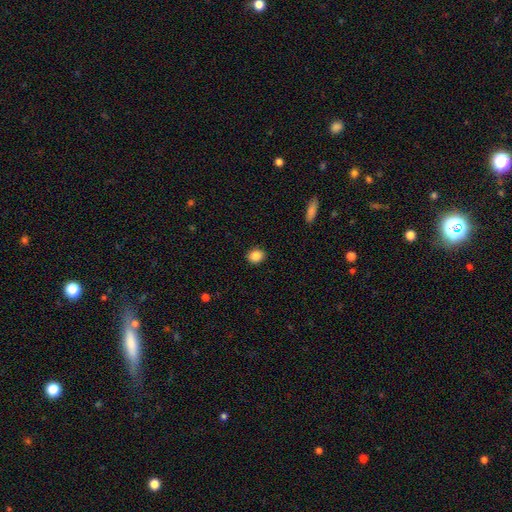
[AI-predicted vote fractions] Overall: smooth (87%). How rounded: round (60%; in between 39%). Merging: none (90%).